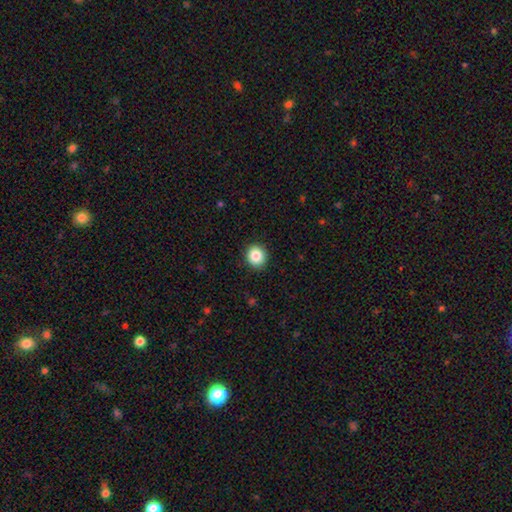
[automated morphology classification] Smooth or featured? smooth (86%)
How rounded? round (82%)
Merging? none (91%)